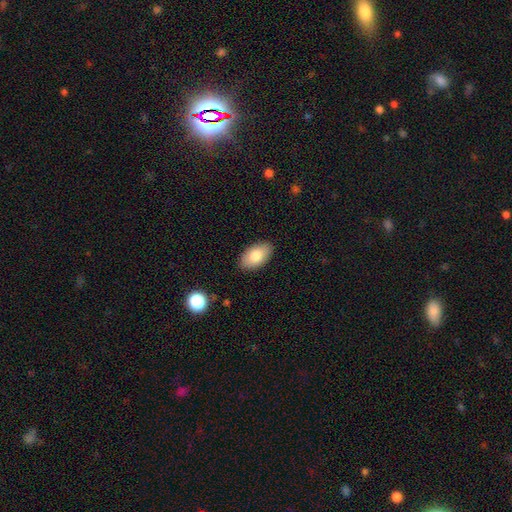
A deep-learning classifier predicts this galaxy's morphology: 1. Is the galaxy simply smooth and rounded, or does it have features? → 80% smooth, 13% featured or disk, 7% star or artifact.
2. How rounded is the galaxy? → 94% in between, 4% round, 2% cigar-shaped.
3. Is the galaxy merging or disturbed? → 87% none, 10% minor disturbance, 2% major disturbance, 1% merger.